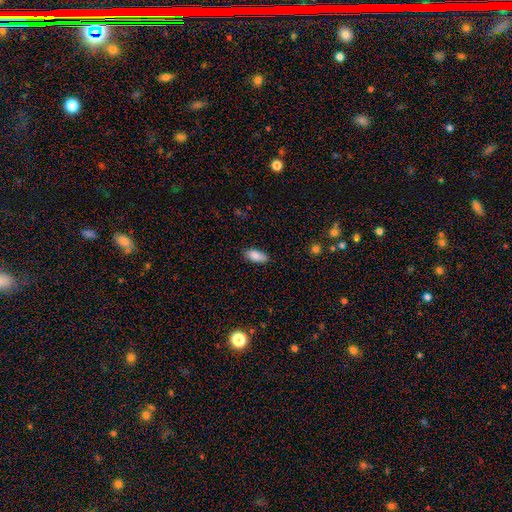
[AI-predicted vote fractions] Smooth or featured?
  - smooth: 85% *
  - featured or disk: 8%
  - star or artifact: 7%
How rounded?
  - in between: 88% *
  - cigar-shaped: 10%
  - round: 2%
Merging?
  - none: 81% *
  - minor disturbance: 15%
  - major disturbance: 2%
  - merger: 1%